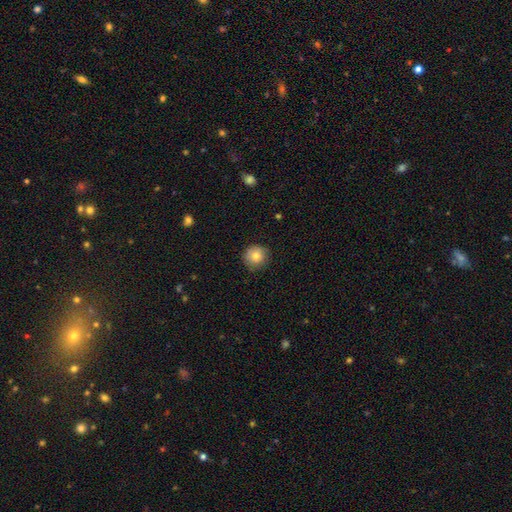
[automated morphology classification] Q: Smooth or featured?
A: smooth (80%); runner-up: featured or disk (11%)
Q: How rounded?
A: round (92%); runner-up: in between (7%)
Q: Merging?
A: none (84%); runner-up: minor disturbance (13%)